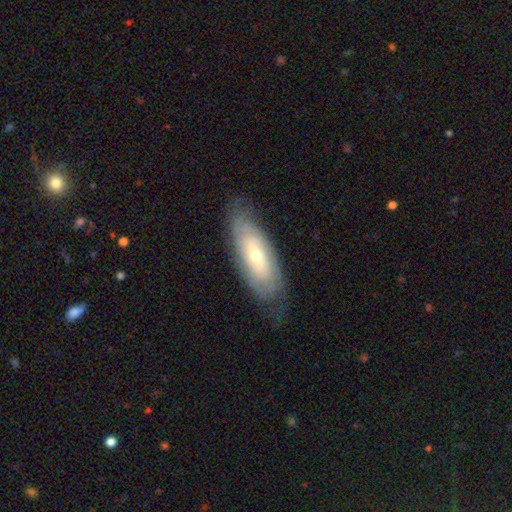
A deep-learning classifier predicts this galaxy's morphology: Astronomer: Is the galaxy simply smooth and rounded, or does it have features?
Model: featured or disk — 55% (runner-up: smooth, 39%).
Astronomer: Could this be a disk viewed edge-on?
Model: no — 81%.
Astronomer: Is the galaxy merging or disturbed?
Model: none — 71%.